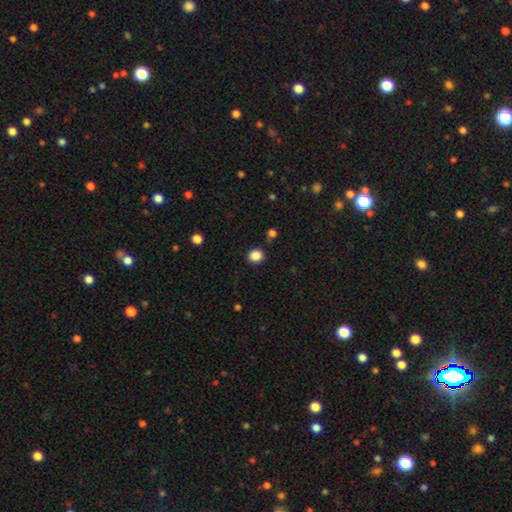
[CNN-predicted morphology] A smooth galaxy with no disk features (87%) that is round (81%). Merging: none (86%).